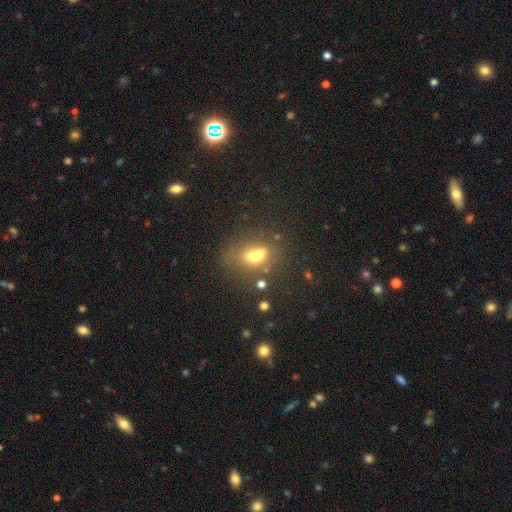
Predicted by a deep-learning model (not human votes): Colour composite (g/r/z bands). It shows a smooth galaxy with no disk features (61%) that is in between round and cigar-shaped (72%). Merging: none (41%).